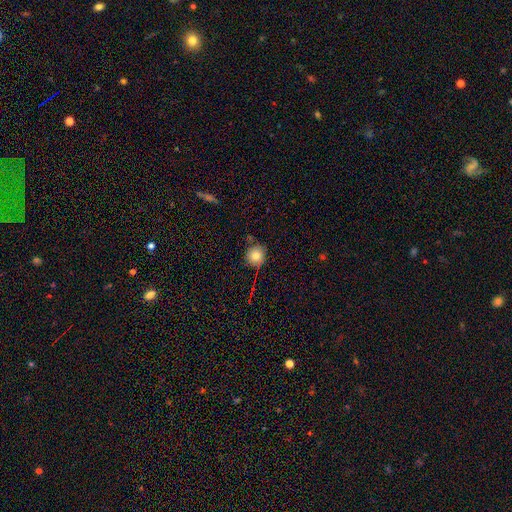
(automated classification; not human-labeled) The model was most divided on "merging": none: 74%, minor disturbance: 19%, major disturbance: 4%, merger: 3%. More confident: how rounded — round (90%); smooth or featured — smooth (79%).